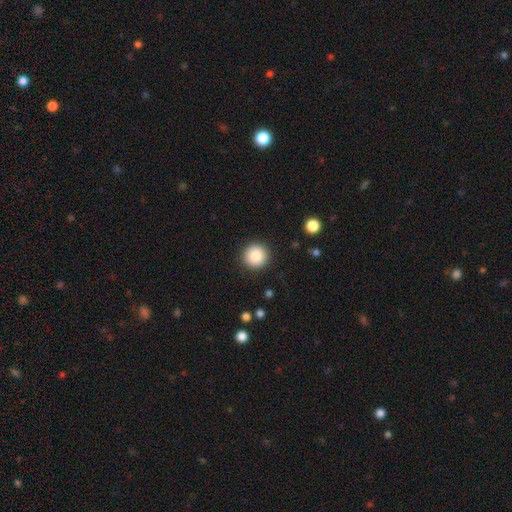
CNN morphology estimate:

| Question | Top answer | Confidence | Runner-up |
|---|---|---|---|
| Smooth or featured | smooth | 87% | star or artifact (9%) |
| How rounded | round | 96% | in between (3%) |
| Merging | none | 92% | minor disturbance (5%) |